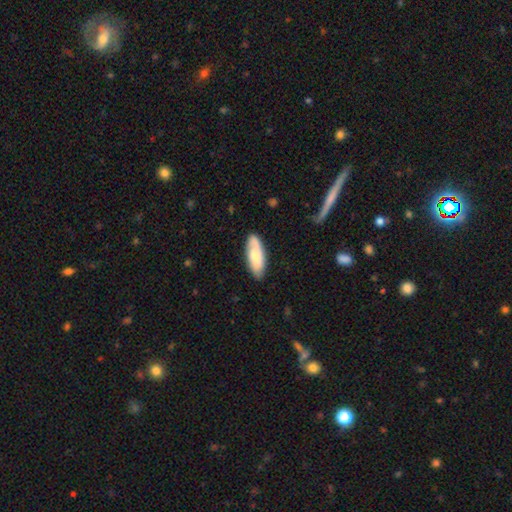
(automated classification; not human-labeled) smooth_or_featured: smooth (p=0.63) [alt: featured or disk p=0.31]
how_rounded: in between (p=0.77) [alt: cigar-shaped p=0.21]
merging: none (p=0.79) [alt: minor disturbance p=0.16]